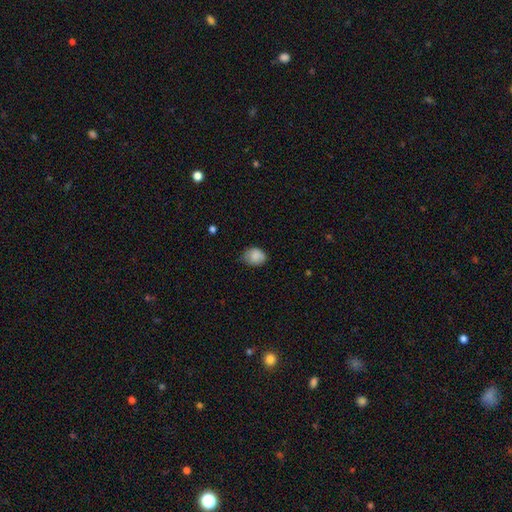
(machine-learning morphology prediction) Smooth or featured? smooth (85%)
How rounded? in between (57%)
Merging? none (56%)